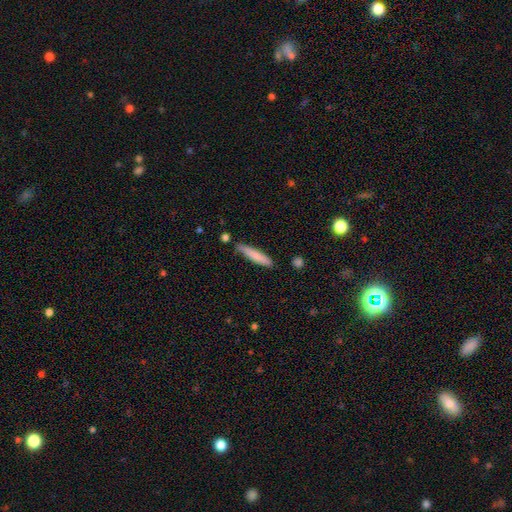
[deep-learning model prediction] Smooth or featured? smooth (77%)
How rounded? cigar-shaped (92%)
Merging? none (78%)